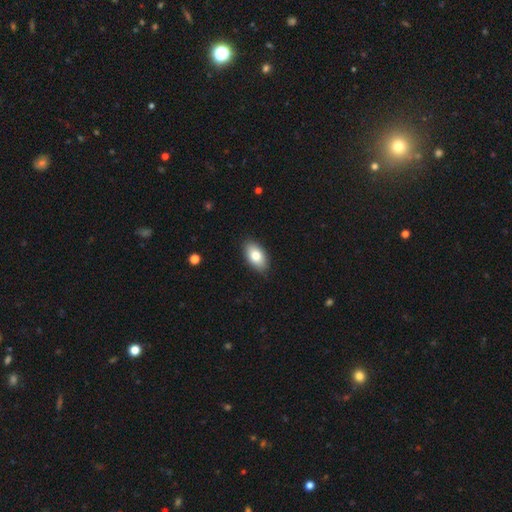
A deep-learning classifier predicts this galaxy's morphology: smooth 81%, featured or disk 13%, star or artifact 7%. Down the decision tree: how rounded — in between (93%); merging — none (87%).